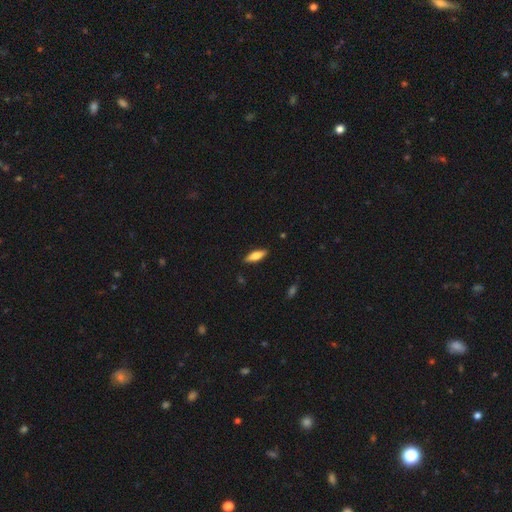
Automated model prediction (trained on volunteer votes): smooth_or_featured: smooth (p=0.64) [alt: featured or disk p=0.30]
how_rounded: in between (p=0.53) [alt: cigar-shaped p=0.45]
merging: none (p=0.88) [alt: minor disturbance p=0.09]